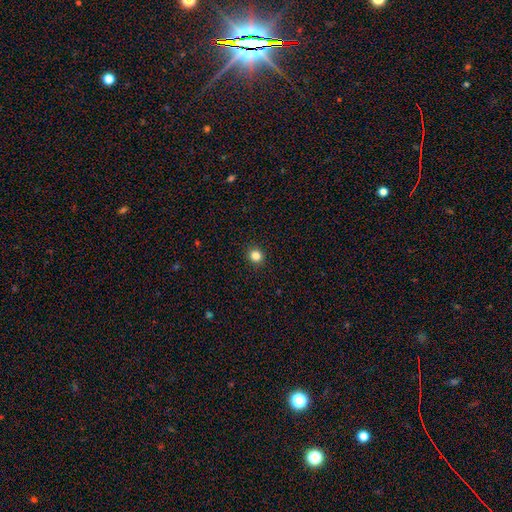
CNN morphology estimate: smooth 83%, star or artifact 12%, featured or disk 4%. Down the decision tree: how rounded — round (88%); merging — none (92%).